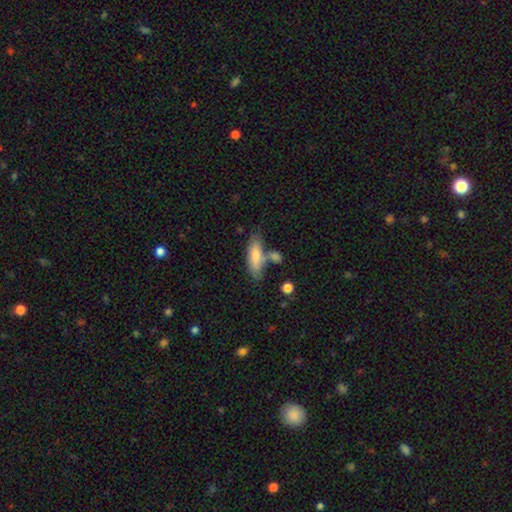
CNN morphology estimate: type=smooth (73%); roundness=in between (56%); merging=none (59%).